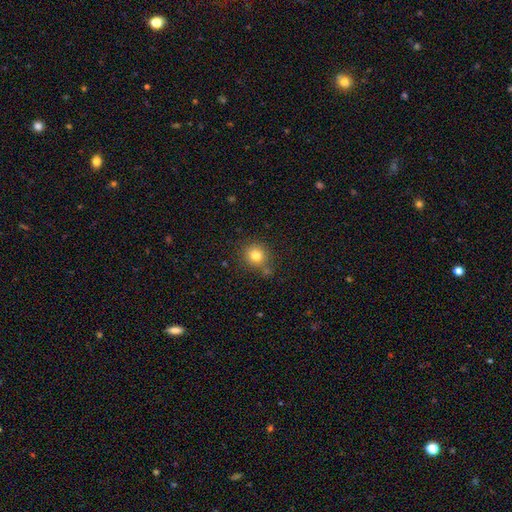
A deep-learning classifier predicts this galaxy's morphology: Overall: smooth (80%). How rounded: round (88%). Merging: none (75%).